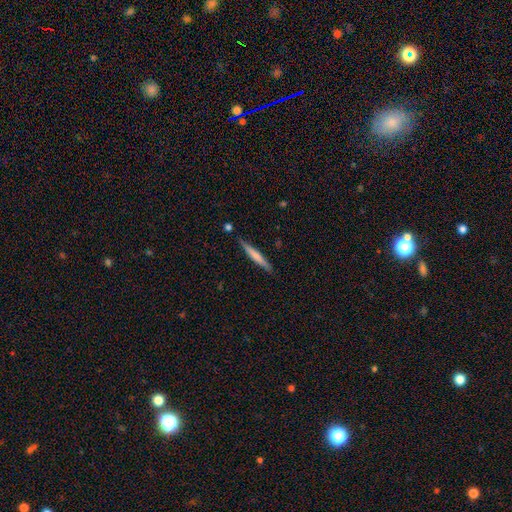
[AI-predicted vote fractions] smooth-or-featured: smooth: 58% | featured or disk: 37% | star or artifact: 5%
  how-rounded: cigar-shaped: 95% | in between: 4% | round: 1%
  merging: none: 87% | minor disturbance: 9% | merger: 2% | major disturbance: 2%